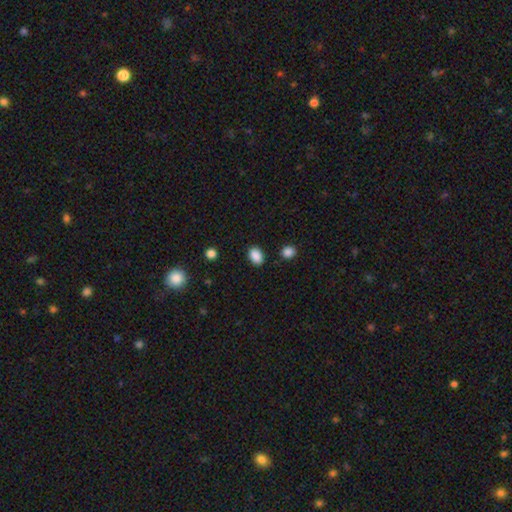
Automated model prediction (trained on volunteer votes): Q: Smooth or featured?
A: smooth (88%); runner-up: star or artifact (9%)
Q: How rounded?
A: in between (80%); runner-up: round (19%)
Q: Merging?
A: none (85%); runner-up: minor disturbance (9%)